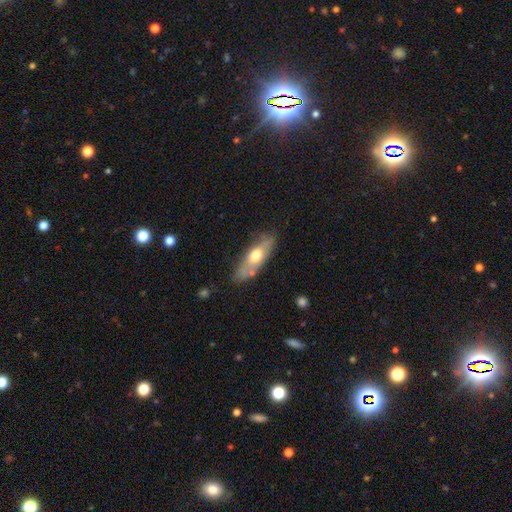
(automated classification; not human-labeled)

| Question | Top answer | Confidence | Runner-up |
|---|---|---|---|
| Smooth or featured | smooth | 57% | featured or disk (37%) |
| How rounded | in between | 62% | cigar-shaped (35%) |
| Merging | none | 69% | minor disturbance (21%) |